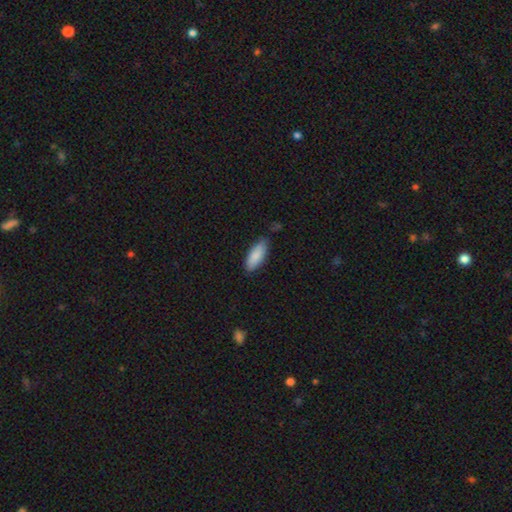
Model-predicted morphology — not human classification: Smooth or featured: smooth — 87% (featured or disk — 7%)
How rounded: in between — 76% (cigar-shaped — 22%)
Merging: none — 73% (minor disturbance — 22%)